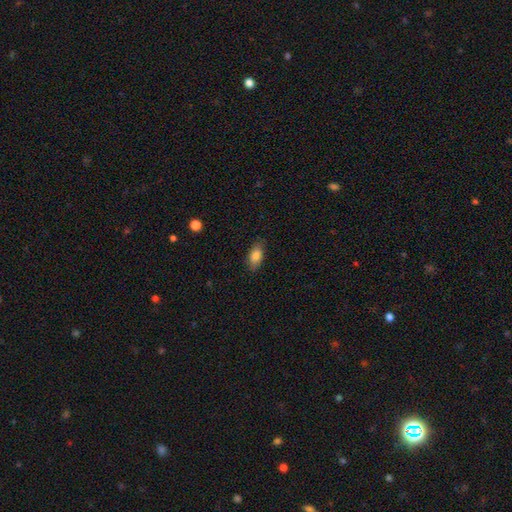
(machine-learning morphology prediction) smooth 83%, featured or disk 10%, star or artifact 7%. Down the decision tree: how rounded — in between (88%); merging — none (84%).